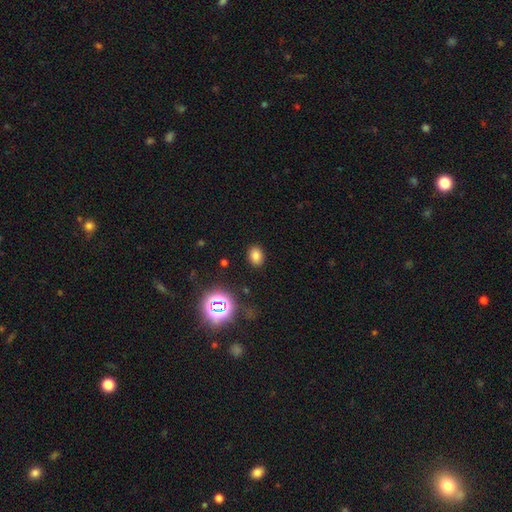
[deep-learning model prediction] The model was most divided on "how rounded": in between: 65%, round: 34%, cigar-shaped: 1%. More confident: merging — none (87%); smooth or featured — smooth (75%).